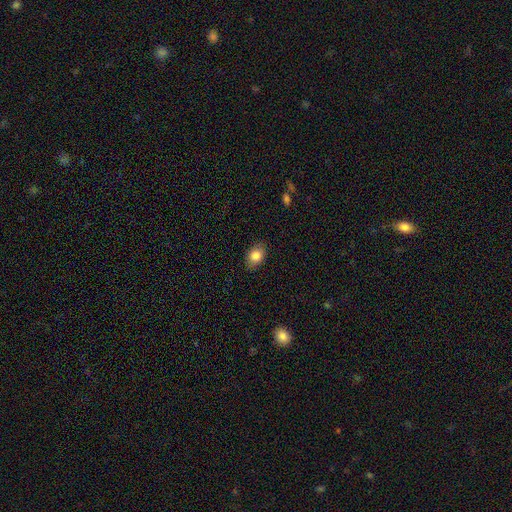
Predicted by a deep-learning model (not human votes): Smooth or featured?
  - smooth: 84% *
  - star or artifact: 8%
  - featured or disk: 8%
How rounded?
  - in between: 79% *
  - round: 20%
  - cigar-shaped: 1%
Merging?
  - none: 85% *
  - minor disturbance: 11%
  - major disturbance: 3%
  - merger: 1%